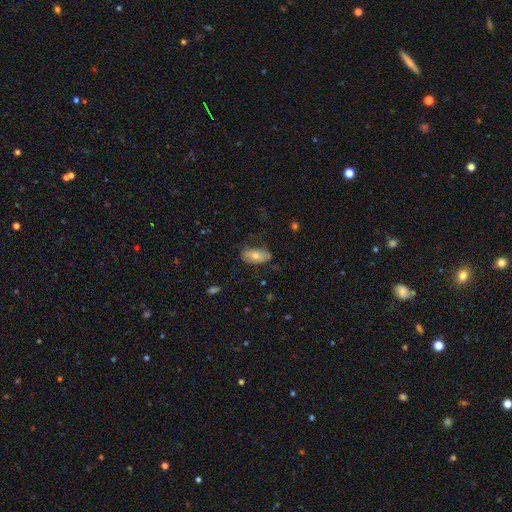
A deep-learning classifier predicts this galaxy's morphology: A smooth galaxy with no disk features (64%) that is in between round and cigar-shaped (89%).

Vote fractions:
- Smooth or featured? smooth: 64% / featured or disk: 28% / star or artifact: 8%
- How rounded? in between: 89% / cigar-shaped: 7% / round: 4%
- Merging? none: 66% / minor disturbance: 24% / major disturbance: 9% / merger: 2%